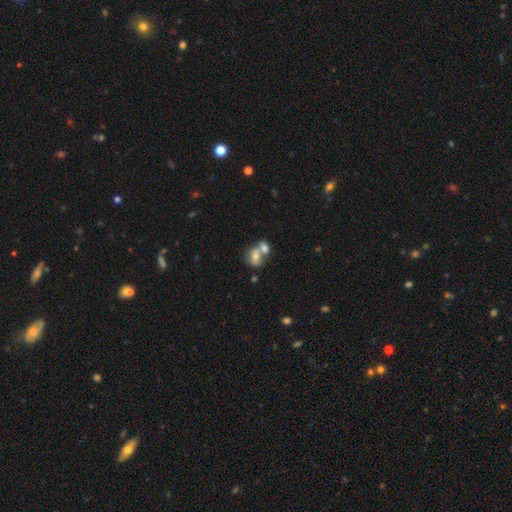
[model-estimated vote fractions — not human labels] Q: Smooth or featured?
A: smooth (70%); runner-up: featured or disk (20%)
Q: How rounded?
A: in between (73%); runner-up: round (25%)
Q: Merging?
A: merger (63%); runner-up: none (25%)